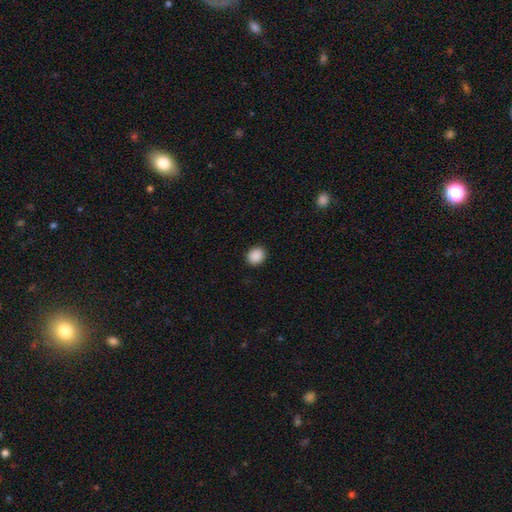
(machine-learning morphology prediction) Smooth or featured?
  - smooth: 90% *
  - star or artifact: 8%
  - featured or disk: 2%
How rounded?
  - round: 64% *
  - in between: 35%
  - cigar-shaped: 1%
Merging?
  - none: 91% *
  - minor disturbance: 6%
  - major disturbance: 2%
  - merger: 1%